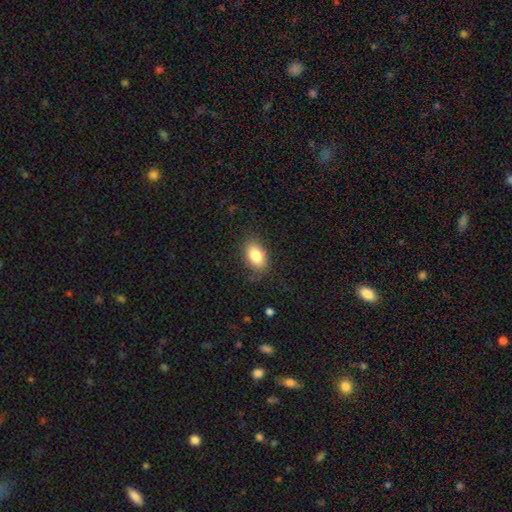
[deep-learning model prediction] Q: Smooth or featured?
A: smooth (83%); runner-up: featured or disk (9%)
Q: How rounded?
A: in between (88%); runner-up: round (11%)
Q: Merging?
A: none (83%); runner-up: minor disturbance (12%)